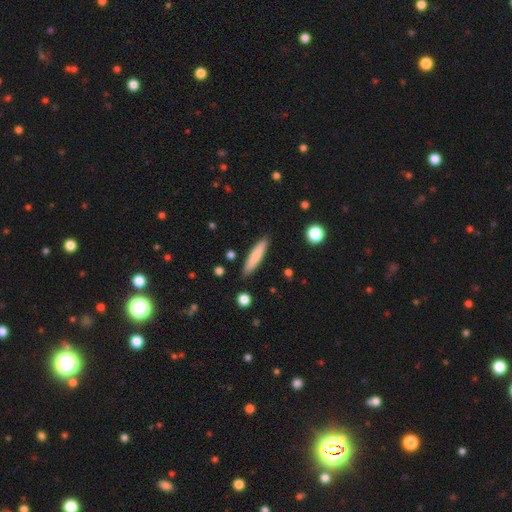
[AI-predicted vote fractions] smooth-or-featured: smooth: 77% | featured or disk: 18% | star or artifact: 6%
  how-rounded: cigar-shaped: 88% | in between: 10% | round: 1%
  merging: none: 89% | minor disturbance: 8% | merger: 2% | major disturbance: 2%